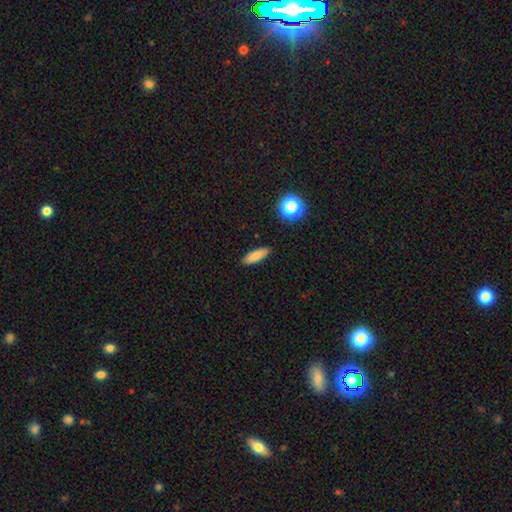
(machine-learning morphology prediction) smooth-or-featured: smooth: 82% | star or artifact: 9% | featured or disk: 9%
  how-rounded: in between: 50% | cigar-shaped: 47% | round: 3%
  merging: none: 88% | minor disturbance: 9% | major disturbance: 2% | merger: 1%